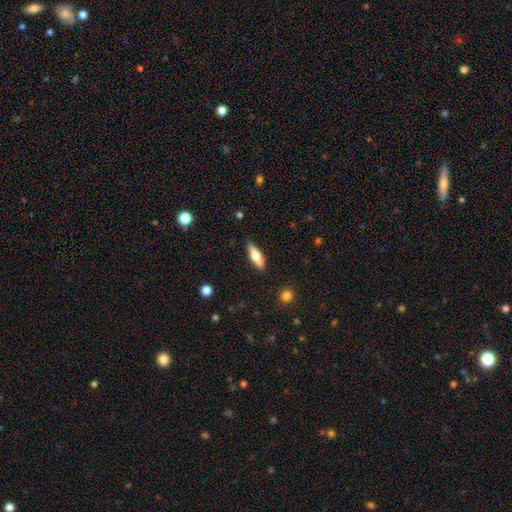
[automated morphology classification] A smooth galaxy with no disk features (53%) that is cigar-shaped (56%). Merging: none (87%).